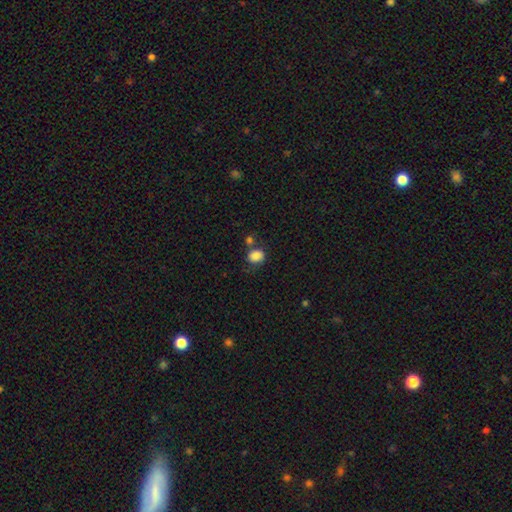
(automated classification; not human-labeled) Smooth or featured: smooth — 84% (star or artifact — 10%)
How rounded: in between — 51% (round — 48%)
Merging: none — 52% (merger — 21%)